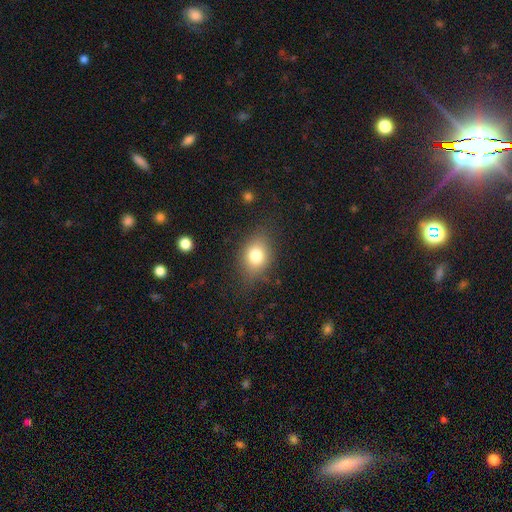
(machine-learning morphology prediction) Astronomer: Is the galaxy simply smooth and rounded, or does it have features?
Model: smooth — 76%.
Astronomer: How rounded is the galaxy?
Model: in between — 60% (runner-up: round, 38%).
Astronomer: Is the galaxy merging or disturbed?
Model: none — 76%.